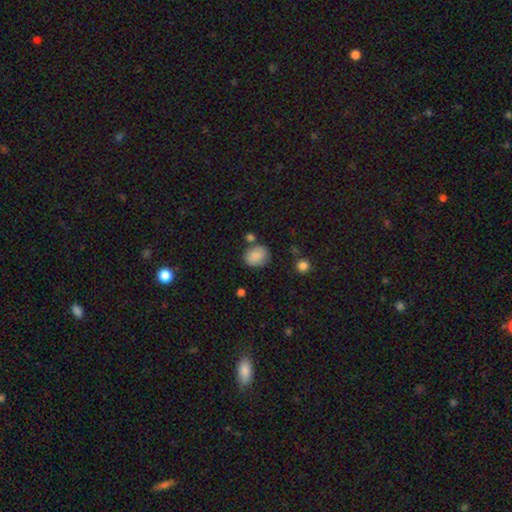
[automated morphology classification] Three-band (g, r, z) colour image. It shows a smooth galaxy with no disk features (86%) that is round (57%). Merging: none (70%).